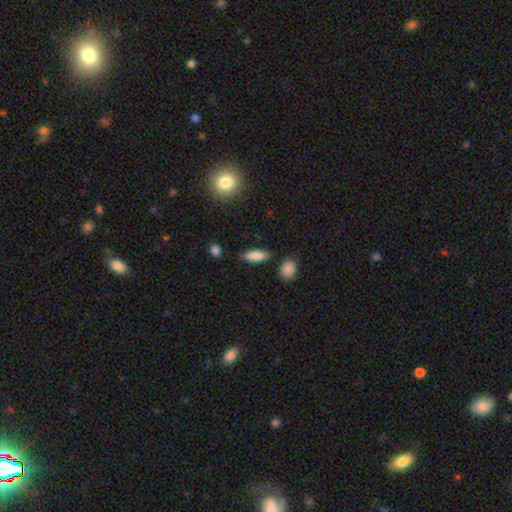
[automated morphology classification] This appears to be a smooth galaxy with no disk features (87%) that is in between round and cigar-shaped (69%). Merging: none (84%).